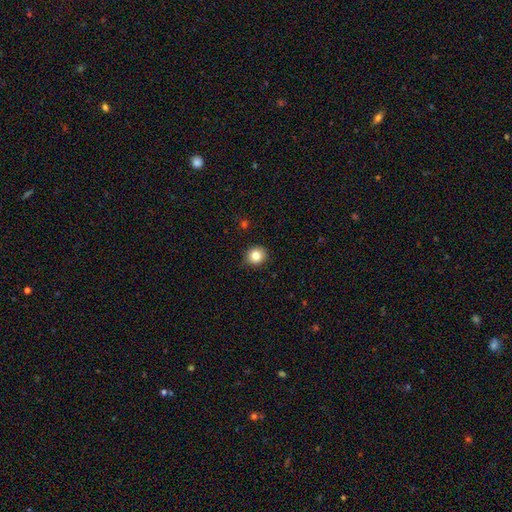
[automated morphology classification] smooth_or_featured: smooth (p=0.84) [alt: star or artifact p=0.10]
how_rounded: round (p=0.86) [alt: in between p=0.13]
merging: none (p=0.88) [alt: minor disturbance p=0.09]